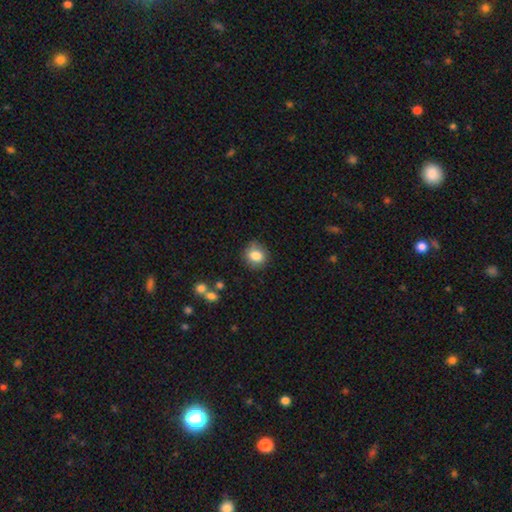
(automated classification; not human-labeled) This appears to be a smooth galaxy with no disk features (83%) that is round (79%). Merging: none (80%).